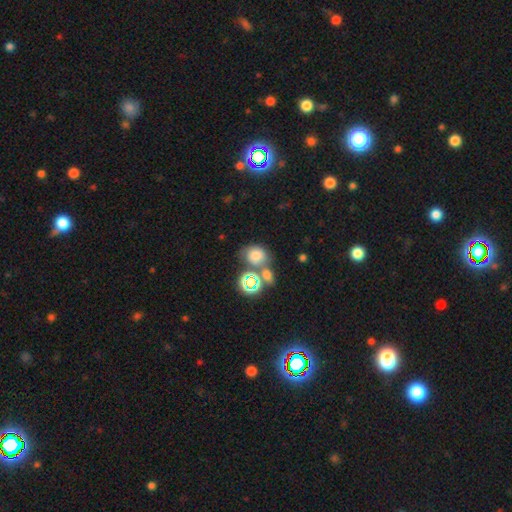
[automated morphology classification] This appears to be a smooth galaxy with no disk features (66%) that is round (57%). Merging: none (45%).